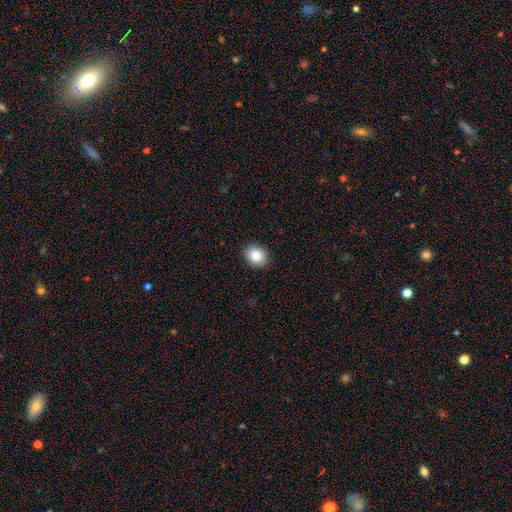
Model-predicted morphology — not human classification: A smooth galaxy with no disk features (84%) that is round (54%). Merging: none (91%).